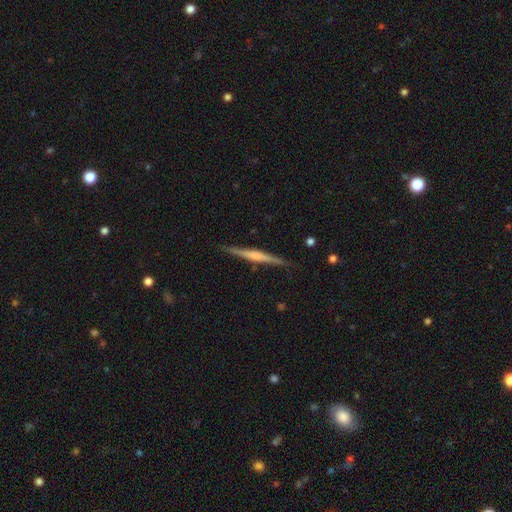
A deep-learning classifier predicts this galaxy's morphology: This appears to be a featured or disk galaxy (66%) viewed edge-on (98%) with a rounded central bulge (47%). Merging: none (89%).